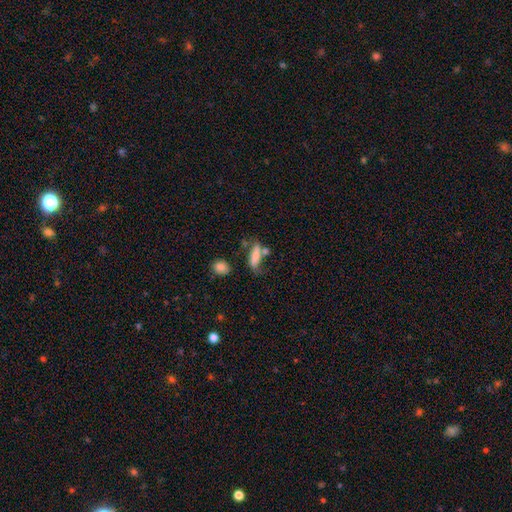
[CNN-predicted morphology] type=smooth (70%); roundness=in between (49%); merging=none (38%).